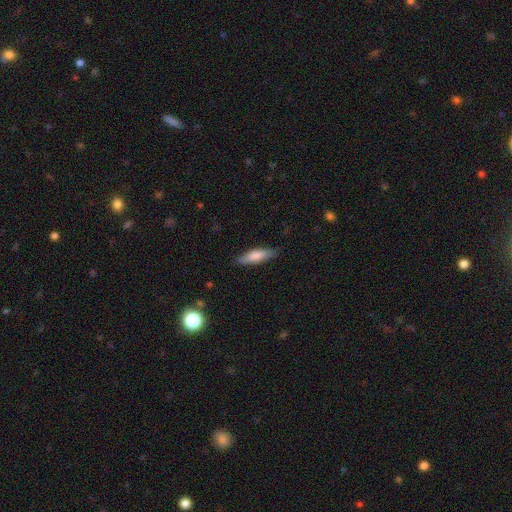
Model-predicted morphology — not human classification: Q: Smooth or featured?
A: smooth (76%); runner-up: featured or disk (18%)
Q: How rounded?
A: cigar-shaped (60%); runner-up: in between (38%)
Q: Merging?
A: none (84%); runner-up: minor disturbance (13%)